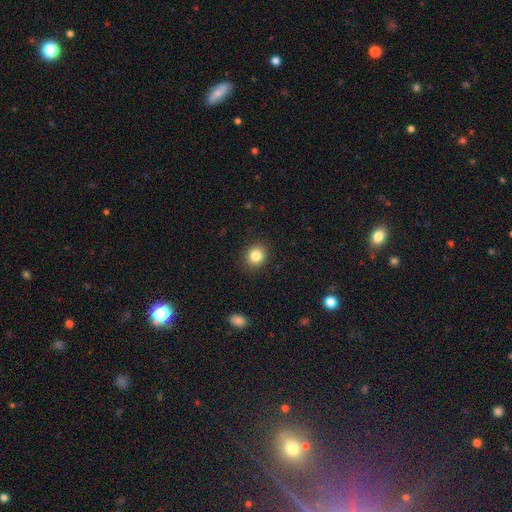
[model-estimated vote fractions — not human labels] Smooth or featured?
  - smooth: 83% *
  - star or artifact: 11%
  - featured or disk: 6%
How rounded?
  - round: 82% *
  - in between: 17%
  - cigar-shaped: 1%
Merging?
  - none: 90% *
  - minor disturbance: 7%
  - major disturbance: 2%
  - merger: 1%